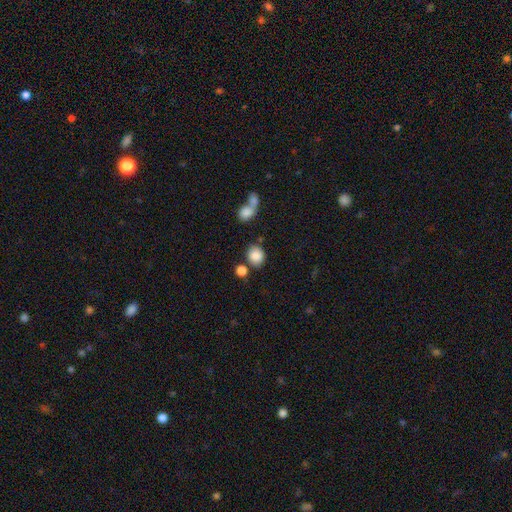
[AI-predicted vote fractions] Overall: smooth (85%). How rounded: round (66%; in between 33%). Merging: none (68%).